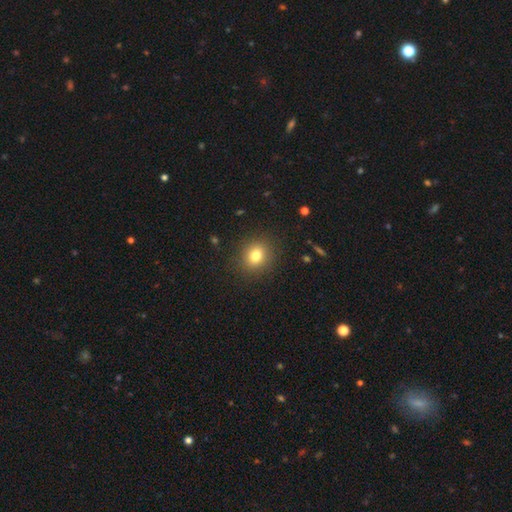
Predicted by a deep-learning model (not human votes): smooth-or-featured: smooth: 80% | star or artifact: 12% | featured or disk: 8%
  how-rounded: round: 73% | in between: 26% | cigar-shaped: 1%
  merging: none: 89% | minor disturbance: 8% | major disturbance: 3% | merger: 1%